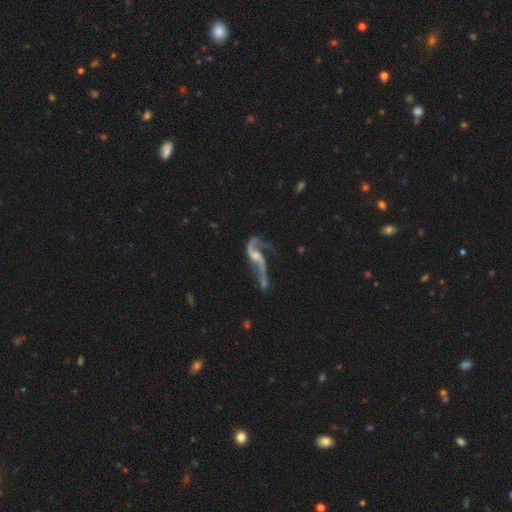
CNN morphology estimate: smooth_or_featured: featured or disk (p=0.86) [alt: smooth p=0.07]
disk_edge_on: no (p=0.93) [alt: yes p=0.07]
bar: no (p=0.53) [alt: weak p=0.34]
has_spiral_arms: yes (p=0.93) [alt: no p=0.07]
spiral_winding: loose (p=0.87) [alt: medium p=0.10]
spiral_arm_count: 2 (p=0.87) [alt: 1 p=0.07]
bulge_size: small (p=0.47) [alt: moderate p=0.36]
merging: none (p=0.38) [alt: major disturbance p=0.29]